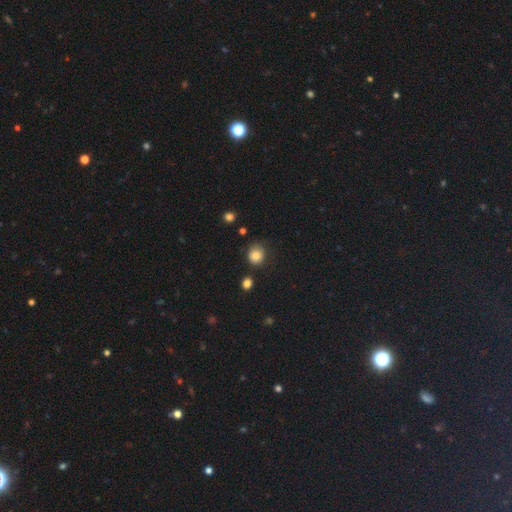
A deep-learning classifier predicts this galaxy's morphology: type=smooth (84%); roundness=round (81%); merging=none (73%).